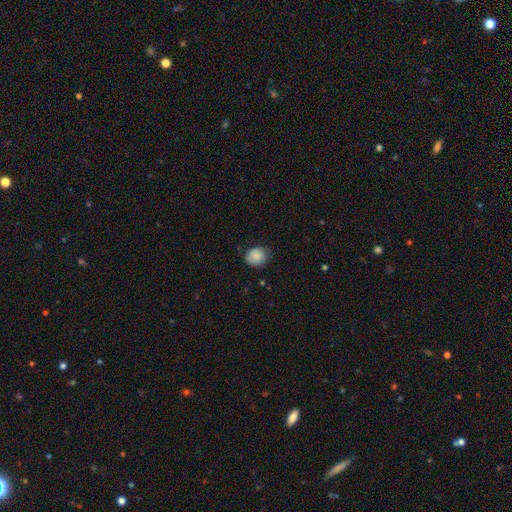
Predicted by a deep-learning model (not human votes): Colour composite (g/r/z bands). It shows a smooth galaxy with no disk features (86%) that is round (70%). Merging: none (68%).